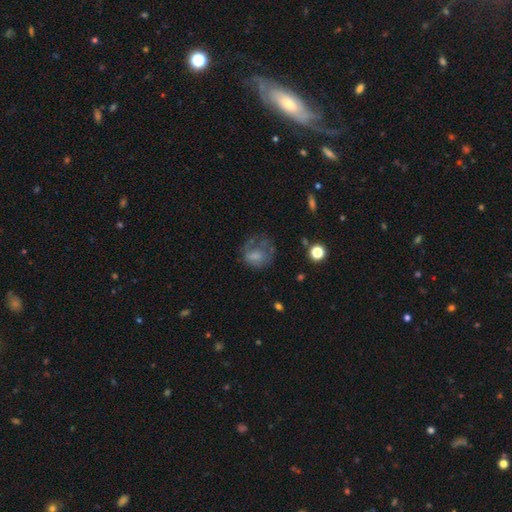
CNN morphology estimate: smooth-or-featured: smooth: 55% | featured or disk: 34% | star or artifact: 11%
  how-rounded: round: 62% | in between: 37% | cigar-shaped: 1%
  merging: major disturbance: 37% (tied) | none: 37% (tied) | minor disturbance: 24% | merger: 3%